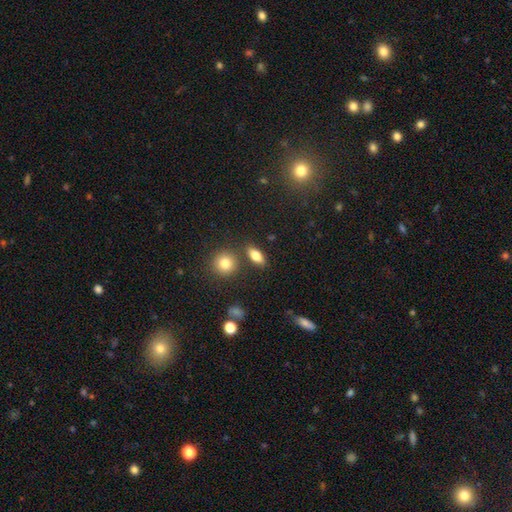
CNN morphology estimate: Smooth or featured? Predicted: smooth (p=0.77). How rounded? Predicted: in between (p=0.77). Merging? Predicted: none (p=0.80).